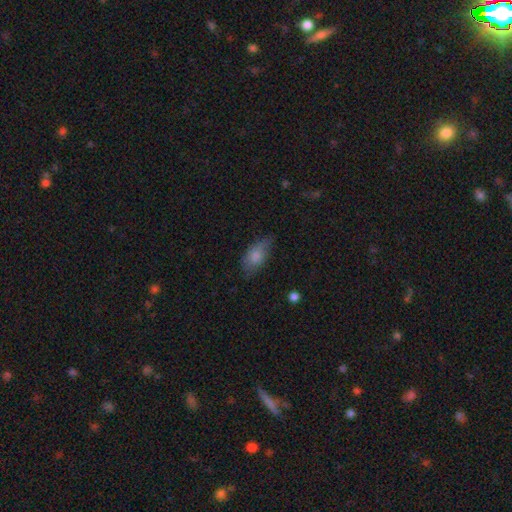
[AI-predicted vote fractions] Morphology: type=smooth (79%); roundness=in between (88%); merging=none (60%).